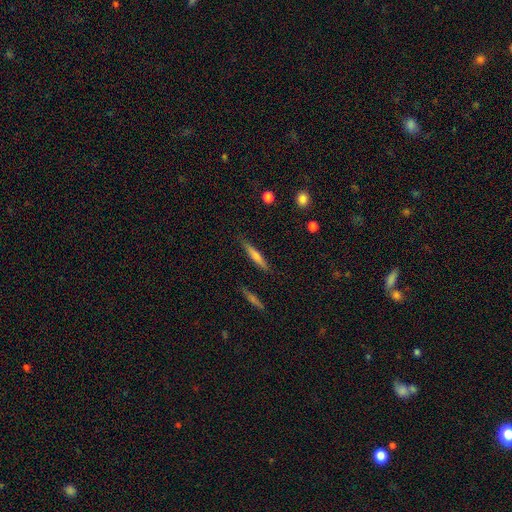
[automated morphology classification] A smooth galaxy with no disk features (57%) that is cigar-shaped (91%). Merging: none (87%).